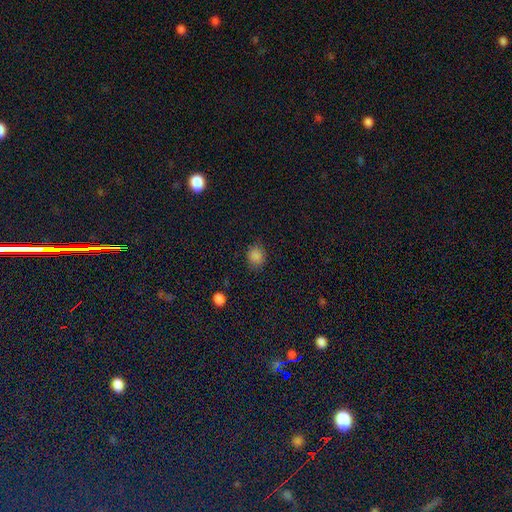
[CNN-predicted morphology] Overall: smooth (84%). How rounded: round (74%). Merging: none (84%).